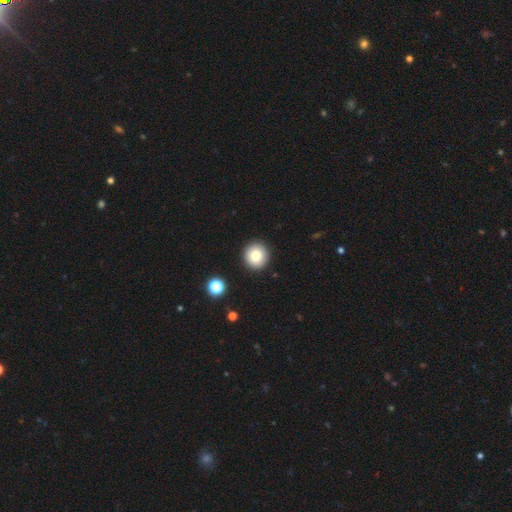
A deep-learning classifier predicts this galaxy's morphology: This appears to be a smooth galaxy with no disk features (79%) that is round (95%). Merging: none (92%).